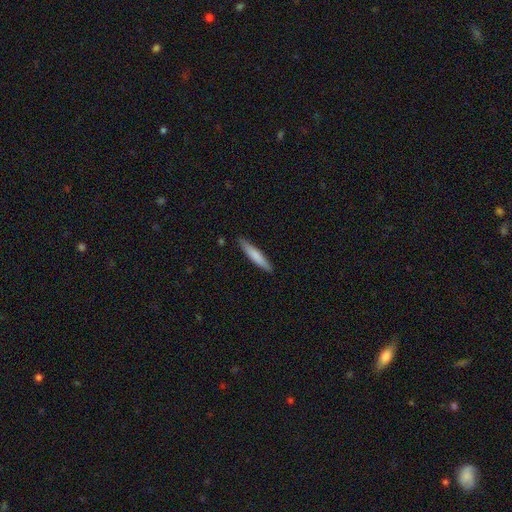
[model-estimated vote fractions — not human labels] Morphology: type=smooth (75%); roundness=cigar-shaped (91%); merging=none (88%).